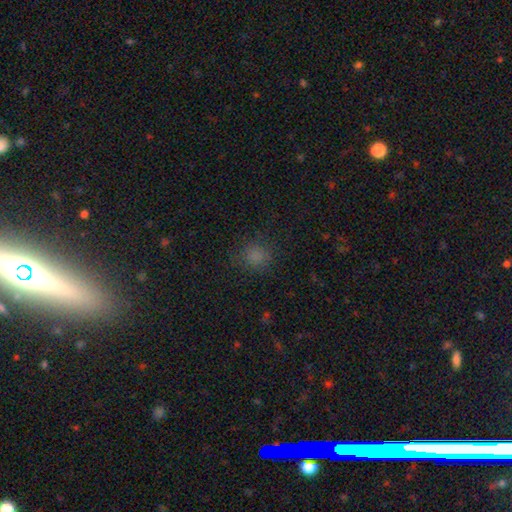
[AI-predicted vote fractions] smooth 79%, star or artifact 17%, featured or disk 4%. Down the decision tree: how rounded — round (84%); merging — none (82%).